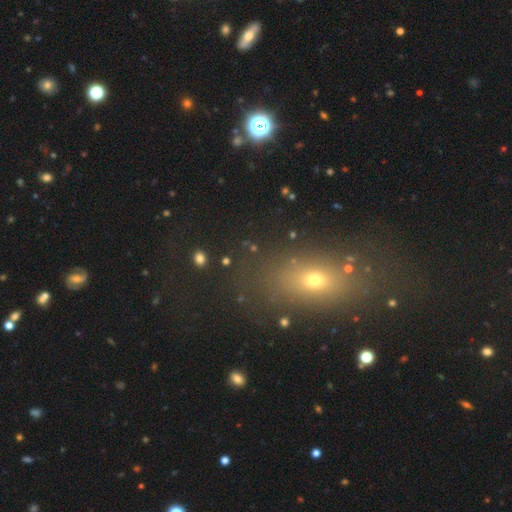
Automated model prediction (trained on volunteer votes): Morphology: type=smooth (56%); roundness=in between (65%); merging=none (77%).